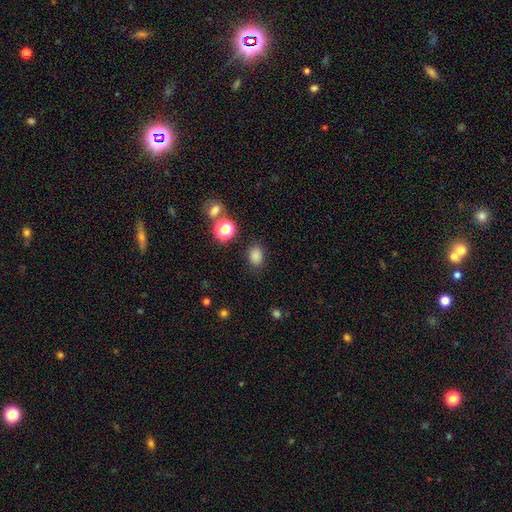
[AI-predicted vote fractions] smooth 81%, star or artifact 14%, featured or disk 4%. Down the decision tree: how rounded — in between (63%); merging — none (83%).